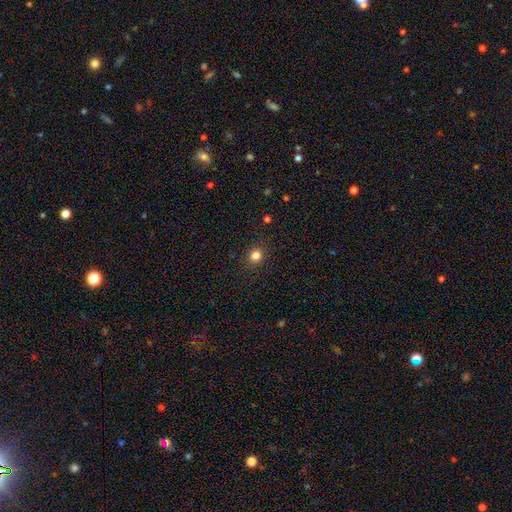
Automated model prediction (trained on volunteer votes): Smooth or featured? Predicted: smooth (p=0.82). How rounded? Predicted: round (p=0.83). Merging? Predicted: none (p=0.91).